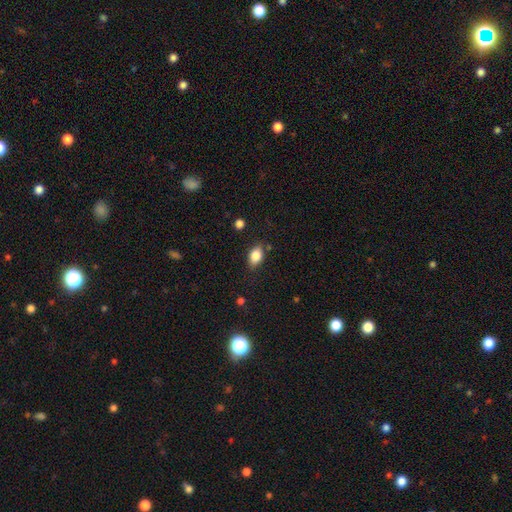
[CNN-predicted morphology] smooth_or_featured: smooth (p=0.83) [alt: featured or disk p=0.08]
how_rounded: in between (p=0.83) [alt: round p=0.15]
merging: none (p=0.78) [alt: minor disturbance p=0.16]